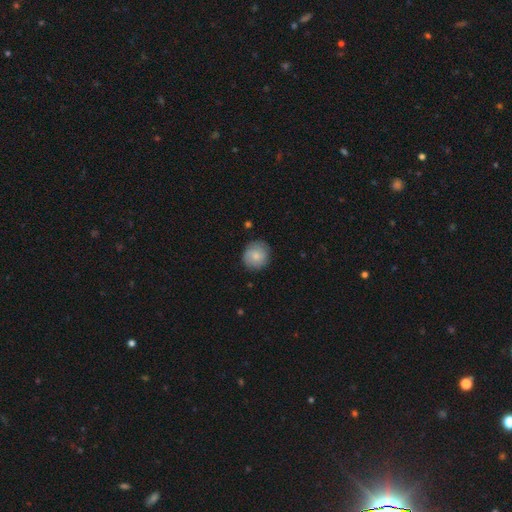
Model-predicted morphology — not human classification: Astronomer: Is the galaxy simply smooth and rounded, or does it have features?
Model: smooth — 76%.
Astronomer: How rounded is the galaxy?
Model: round — 90%.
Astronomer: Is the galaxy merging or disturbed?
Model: none — 84%.